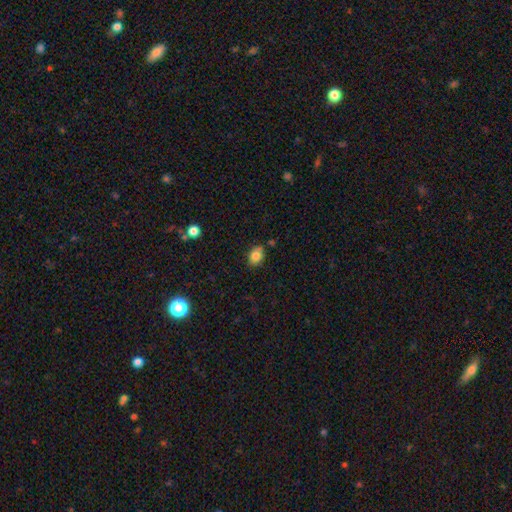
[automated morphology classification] This is clearly a smooth galaxy (83%). How rounded: likely in between (60%). Merging: likely none (74%).